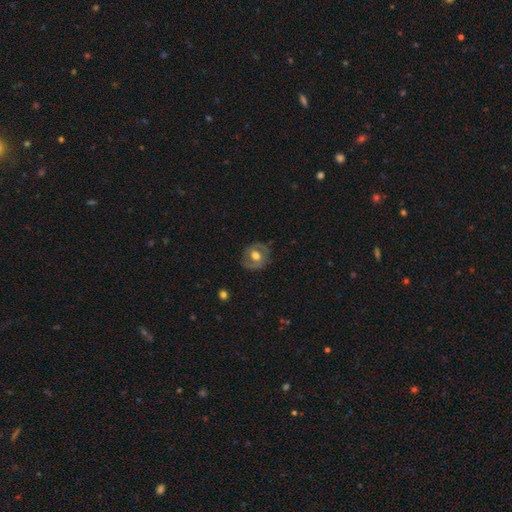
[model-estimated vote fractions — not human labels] This is possibly a featured or disk galaxy (54%). It is clearly not viewed edge-on (95%). Bar: likely no (62%). Spiral arm pattern: possibly no (51%). Central bulge: likely moderate (65%). Merging: likely none (78%).